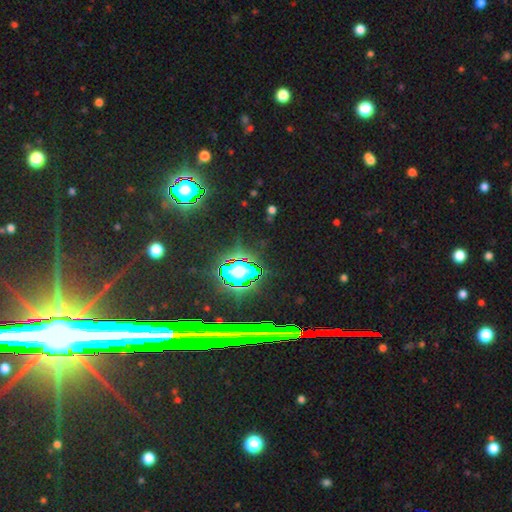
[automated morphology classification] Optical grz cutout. It shows a star or artifact, not a galaxy (79%).